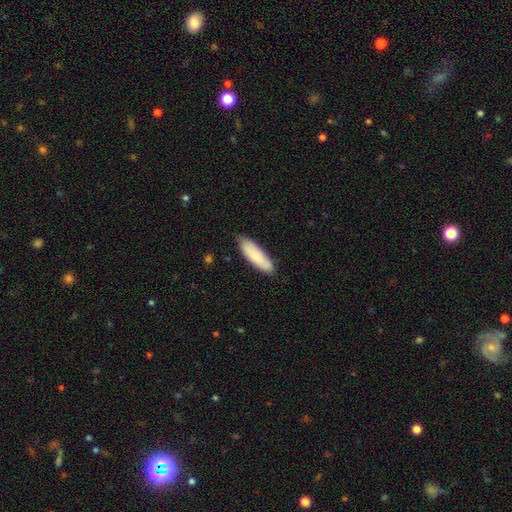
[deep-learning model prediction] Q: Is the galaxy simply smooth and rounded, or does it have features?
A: smooth — 77%.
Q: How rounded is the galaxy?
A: in between — 52%.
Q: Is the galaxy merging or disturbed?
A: none — 80%.